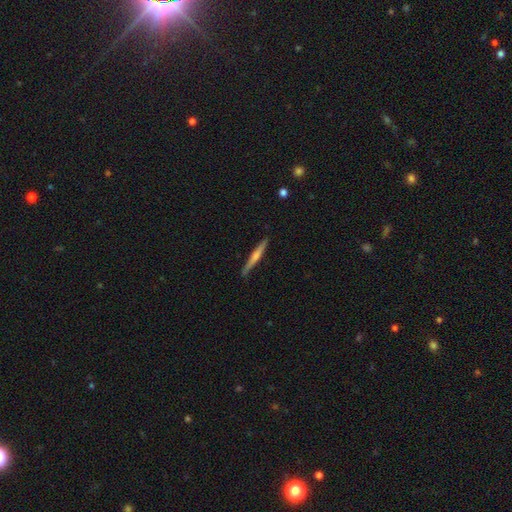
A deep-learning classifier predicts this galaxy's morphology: Smooth or featured? Predicted: featured or disk (p=0.64). Edge-on disk? Predicted: yes (p=0.98). Edge-on bulge? Predicted: rounded (p=0.66). Merging? Predicted: none (p=0.90).